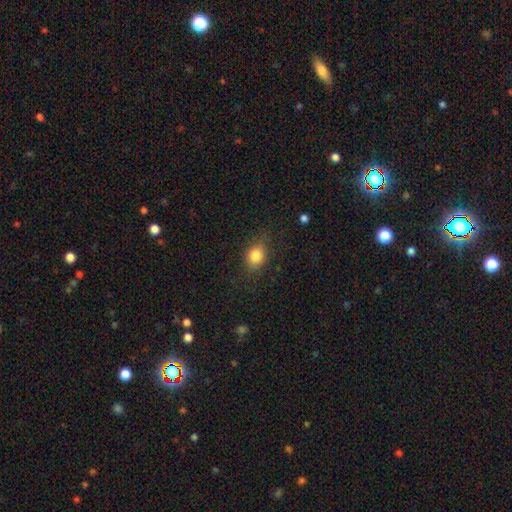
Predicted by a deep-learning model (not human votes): The model was most divided on "how rounded": in between: 54%, round: 45%, cigar-shaped: 1%. More confident: smooth or featured — smooth (83%); merging — none (77%).